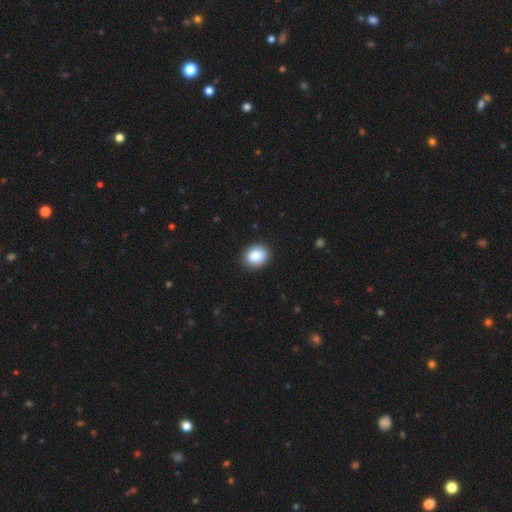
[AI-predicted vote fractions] This appears to be a smooth galaxy with no disk features (87%) that is round (56%). Merging: none (90%).